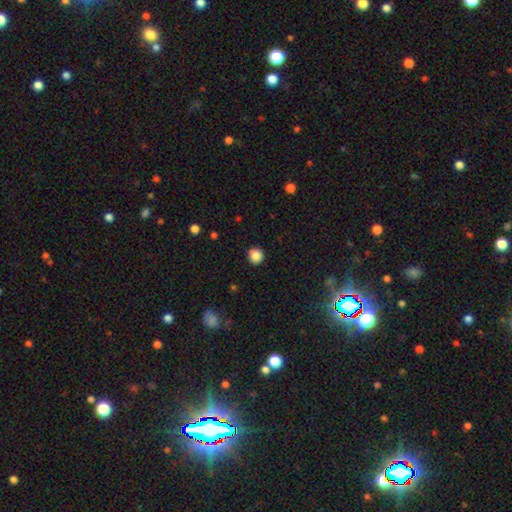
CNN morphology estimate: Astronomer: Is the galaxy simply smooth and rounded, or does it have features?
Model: smooth — 86%.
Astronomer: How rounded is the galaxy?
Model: round — 91%.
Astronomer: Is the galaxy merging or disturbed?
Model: none — 88%.